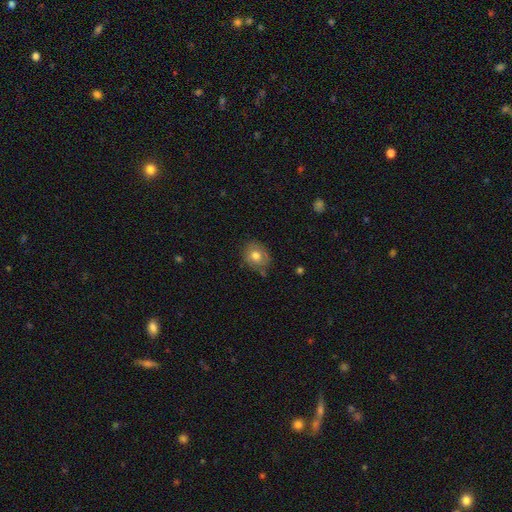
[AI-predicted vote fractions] Smooth or featured: smooth — 72% (featured or disk — 19%)
How rounded: round — 62% (in between — 37%)
Merging: none — 73% (minor disturbance — 20%)